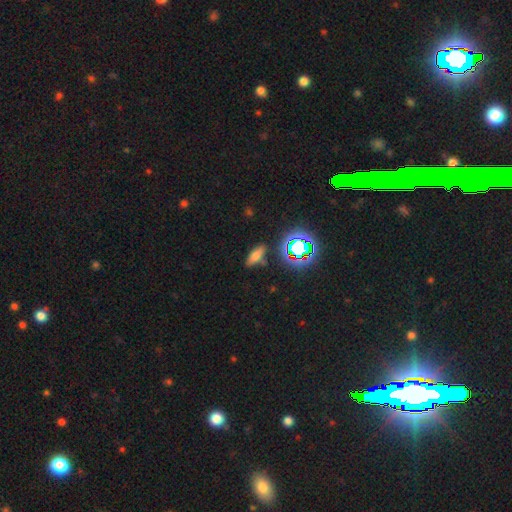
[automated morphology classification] This is likely a smooth galaxy (62%). How rounded: likely in between (63%). Merging: clearly none (80%).